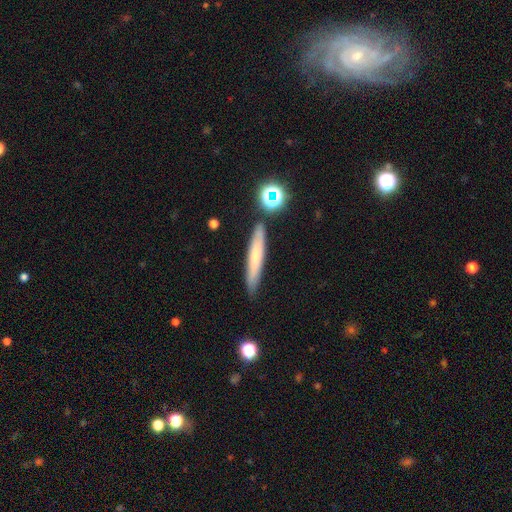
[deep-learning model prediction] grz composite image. It shows a smooth galaxy with no disk features (62%) that is cigar-shaped (92%). Merging: none (85%).